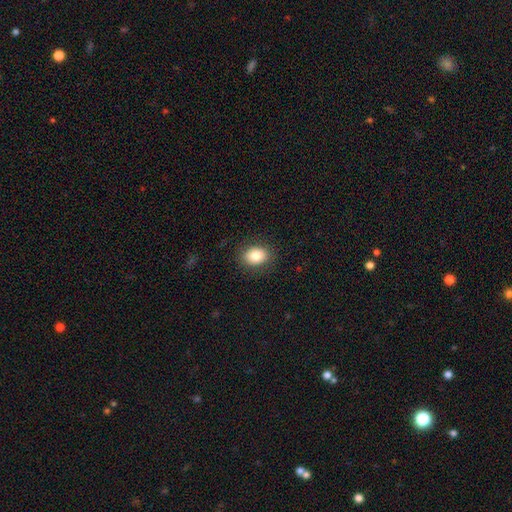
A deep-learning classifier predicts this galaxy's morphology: smooth 83%, star or artifact 9%, featured or disk 8%. Down the decision tree: how rounded — in between (66%); merging — none (87%).